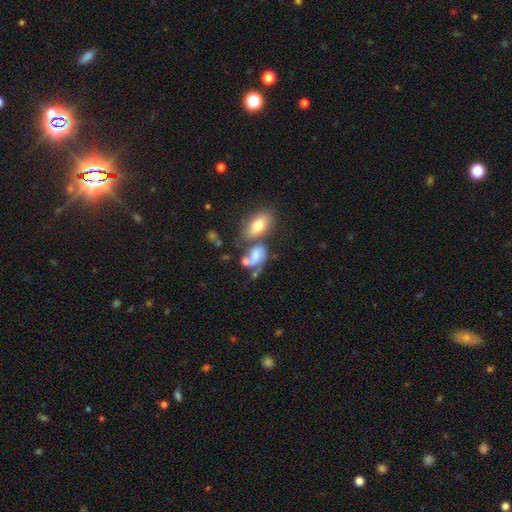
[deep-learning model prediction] smooth_or_featured: featured or disk (p=0.44) [tied with: smooth p=0.44]
merging: merger (p=0.42) [alt: none p=0.26]